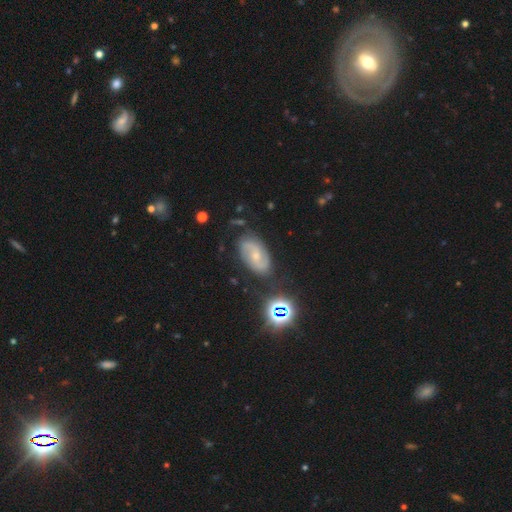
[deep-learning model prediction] Overall: featured or disk (73%). Edge-on disk: no (96%). Bar: no (48%; weak 42%). Spiral arms: yes (93%). Spiral arm count: 2 (84%). Spiral winding: medium (47%; tight 30%). Bulge size: small (60%; moderate 34%). Merging: none (74%).